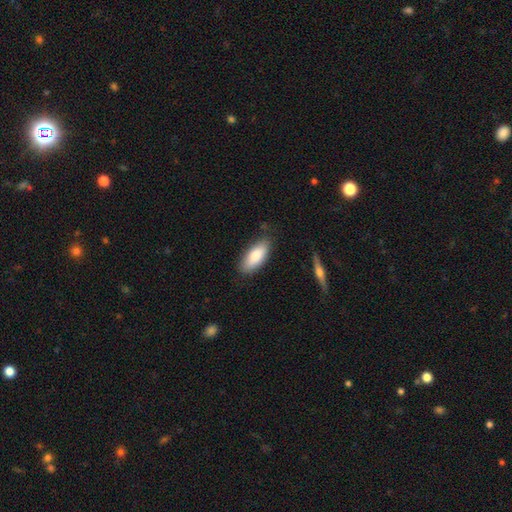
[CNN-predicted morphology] type=smooth (83%); roundness=in between (81%); merging=none (81%).